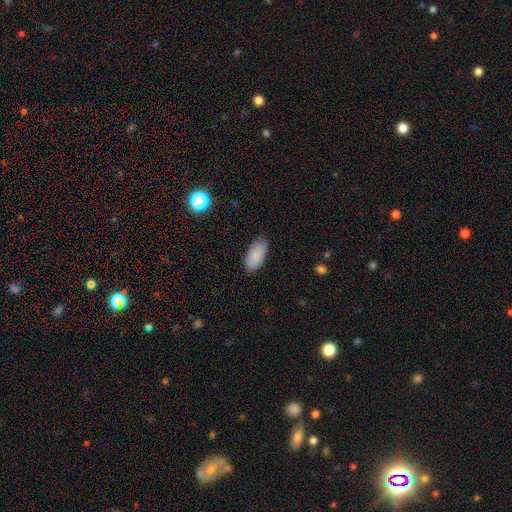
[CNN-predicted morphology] smooth 89%, star or artifact 6%, featured or disk 5%. Down the decision tree: how rounded — in between (93%); merging — none (86%).